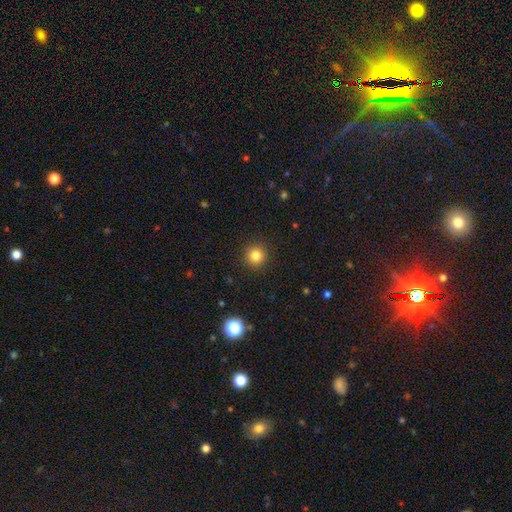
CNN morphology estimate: This appears to be a smooth galaxy with no disk features (83%) that is round (95%). Merging: none (92%).